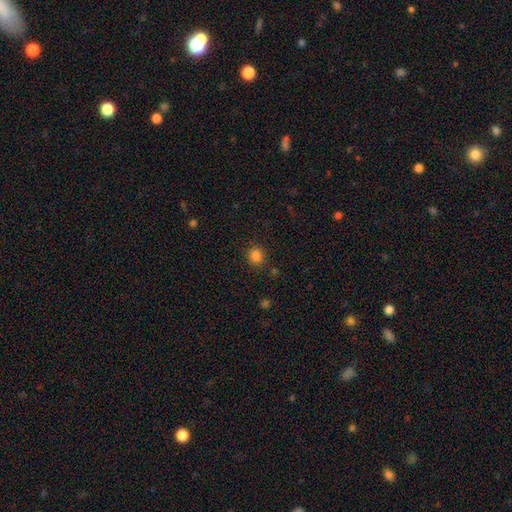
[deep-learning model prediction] A smooth galaxy with no disk features (83%) that is round (83%). Merging: none (86%).